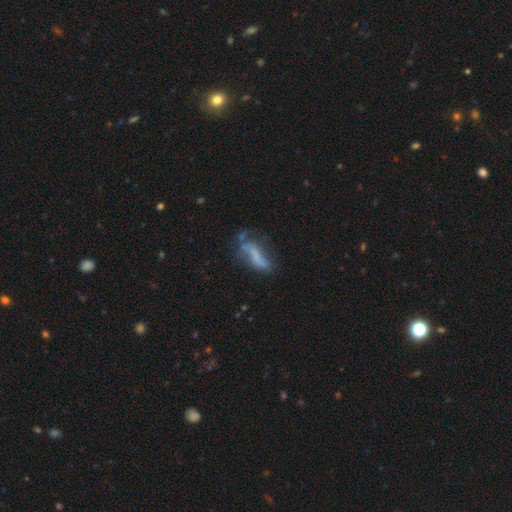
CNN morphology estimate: smooth_or_featured: featured or disk (p=0.45) [alt: smooth p=0.44]
merging: none (p=0.37) [alt: minor disturbance p=0.27]